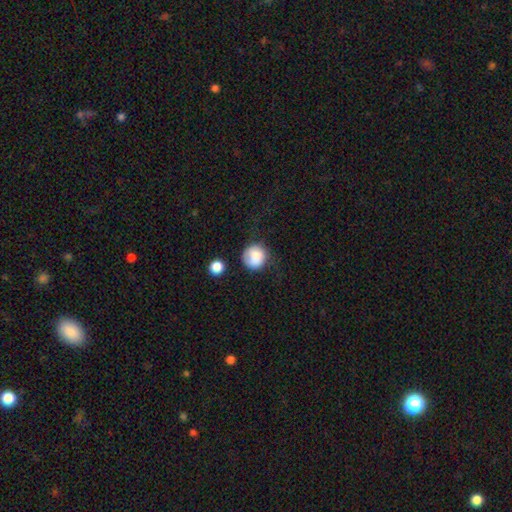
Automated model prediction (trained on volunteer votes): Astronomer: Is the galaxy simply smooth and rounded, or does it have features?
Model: smooth — 79%.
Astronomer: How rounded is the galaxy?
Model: round — 89%.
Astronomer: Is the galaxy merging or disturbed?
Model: none — 59%.